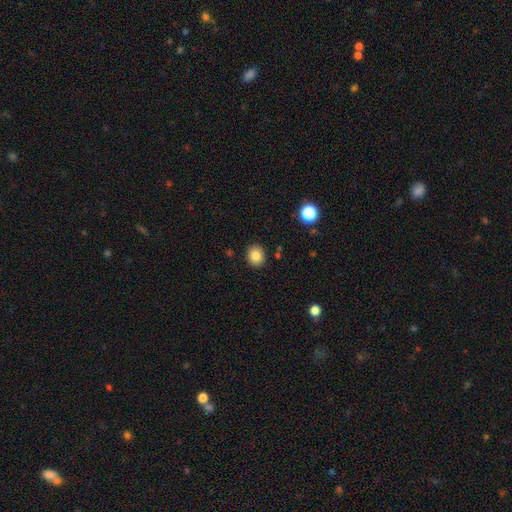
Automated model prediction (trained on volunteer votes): A smooth galaxy with no disk features (84%) that is round (71%). Merging: none (90%).